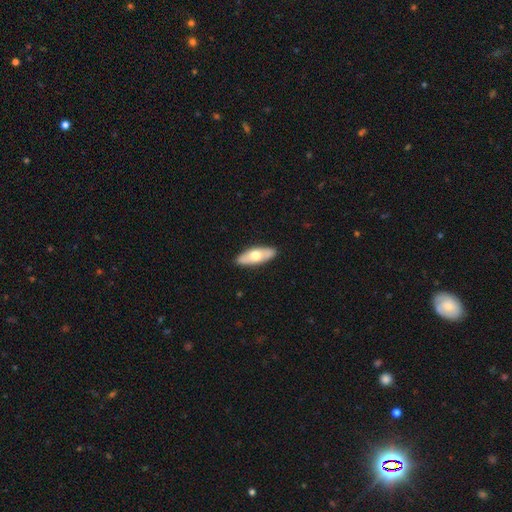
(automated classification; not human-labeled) Morphology: type=smooth (56%); roundness=in between (68%); merging=none (89%).